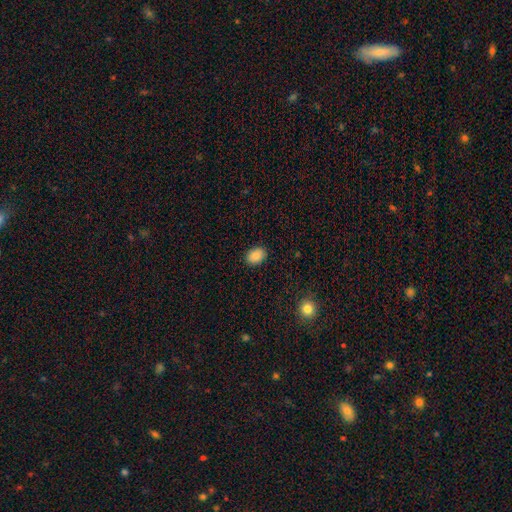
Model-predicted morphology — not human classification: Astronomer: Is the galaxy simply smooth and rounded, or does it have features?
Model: smooth — 88%.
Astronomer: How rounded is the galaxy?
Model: in between — 72%.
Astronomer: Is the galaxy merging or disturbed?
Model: none — 88%.